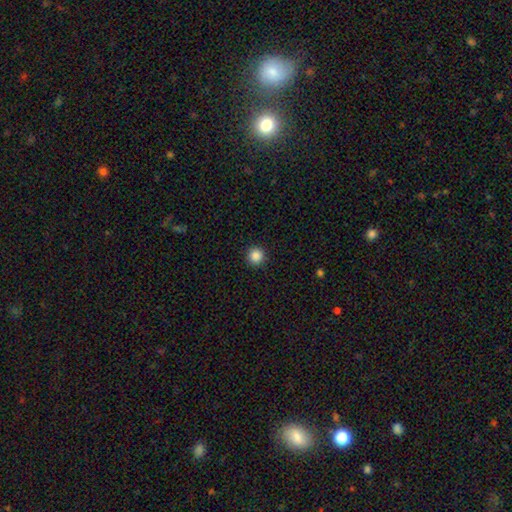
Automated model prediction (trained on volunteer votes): This is clearly a smooth galaxy (87%). How rounded: clearly round (96%). Merging: clearly none (93%).